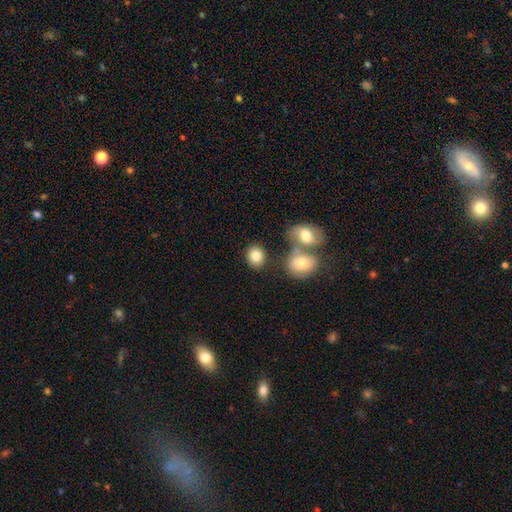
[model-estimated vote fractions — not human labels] smooth-or-featured: smooth: 81% | star or artifact: 9% | featured or disk: 9%
  how-rounded: round: 61% | in between: 38% | cigar-shaped: 1%
  merging: none: 74% | merger: 13% | minor disturbance: 10% | major disturbance: 4%